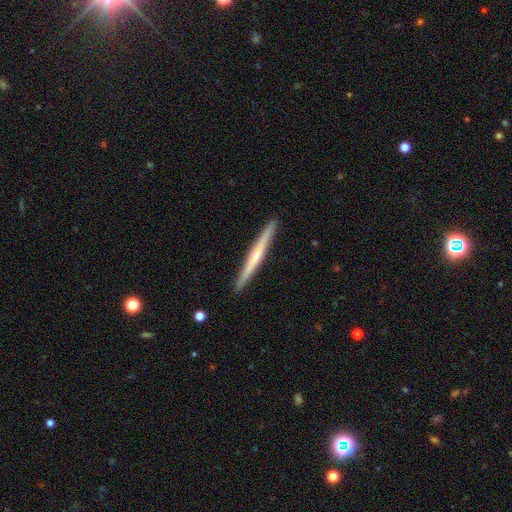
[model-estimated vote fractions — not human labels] A featured or disk galaxy (63%) viewed edge-on (98%) with a rounded central bulge (54%).

Vote fractions:
- Smooth or featured? featured or disk: 63% / smooth: 32% / star or artifact: 5%
- Edge-on disk? yes: 98% / no: 2%
- Edge-on bulge? rounded: 54% / none: 41% / boxy: 5%
- Merging? none: 93% / minor disturbance: 5% / major disturbance: 1% / merger: 1%